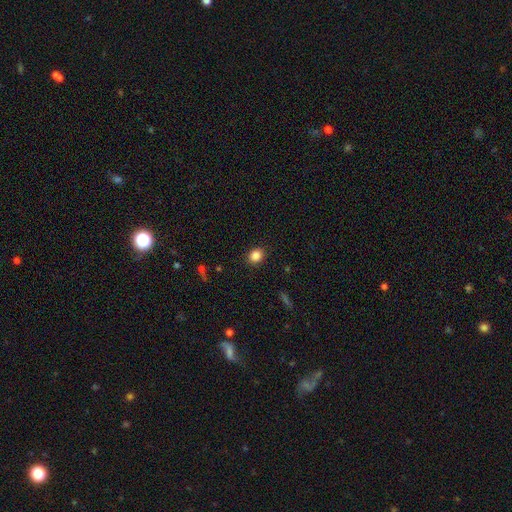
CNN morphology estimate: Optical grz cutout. It shows a smooth galaxy with no disk features (85%) that is round (68%). Merging: none (89%).